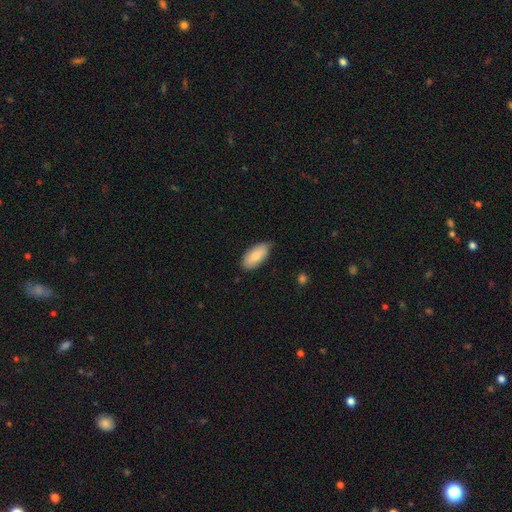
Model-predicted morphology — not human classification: A smooth galaxy with no disk features (78%) that is in between round and cigar-shaped (93%).

Vote fractions:
- Smooth or featured? smooth: 78% / featured or disk: 16% / star or artifact: 6%
- How rounded? in between: 93% / cigar-shaped: 5% / round: 2%
- Merging? none: 68% / minor disturbance: 27% / major disturbance: 3% / merger: 1%